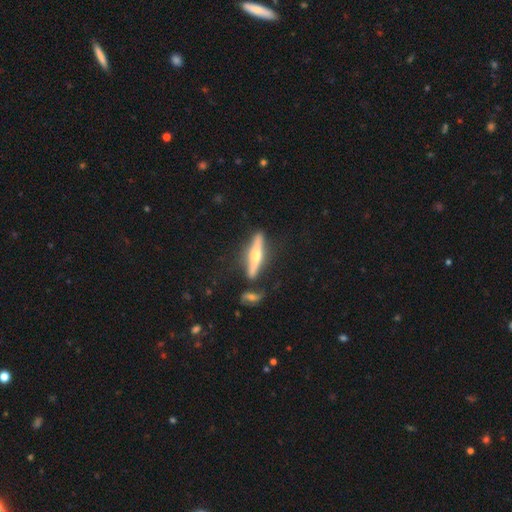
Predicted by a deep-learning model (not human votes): A featured or disk galaxy (65%) viewed edge-on (94%) with a rounded central bulge (88%). Merging: none (74%).